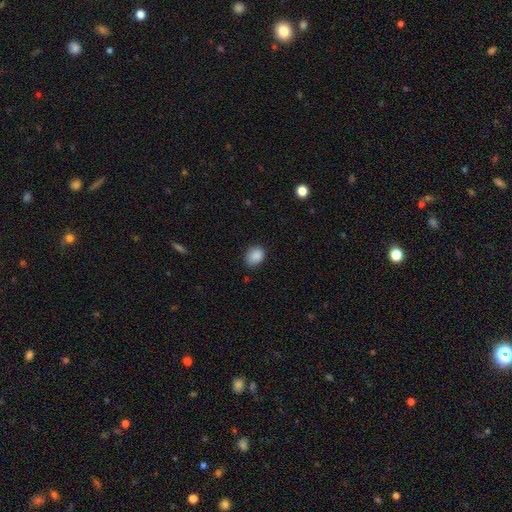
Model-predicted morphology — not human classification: This appears to be a smooth galaxy with no disk features (88%) that is in between round and cigar-shaped (58%). Merging: none (79%).